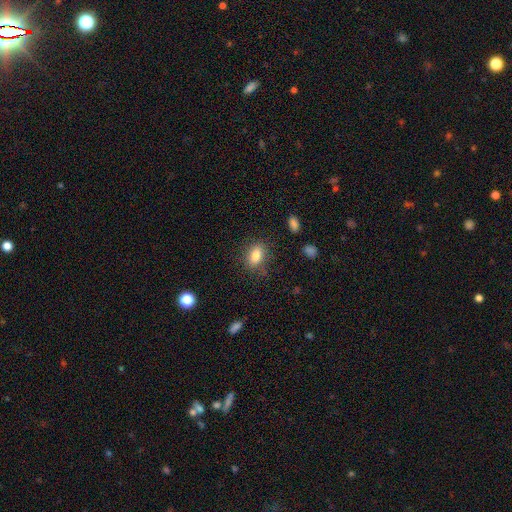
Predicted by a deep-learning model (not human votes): Smooth or featured?
  - smooth: 82% *
  - star or artifact: 9%
  - featured or disk: 9%
How rounded?
  - in between: 82% *
  - round: 15%
  - cigar-shaped: 3%
Merging?
  - none: 81% *
  - minor disturbance: 14%
  - major disturbance: 4%
  - merger: 2%